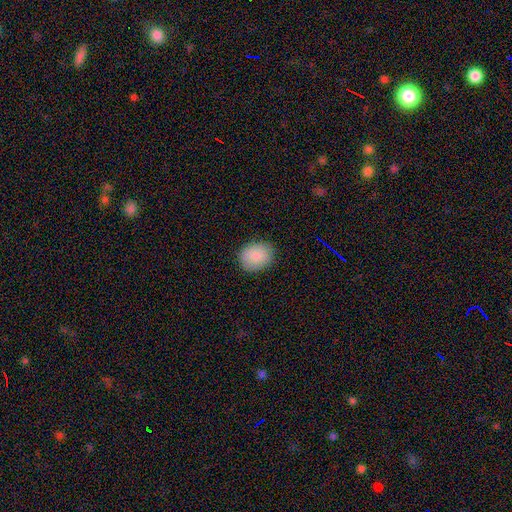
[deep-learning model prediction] Smooth or featured? smooth (86%)
How rounded? round (52%)
Merging? none (86%)